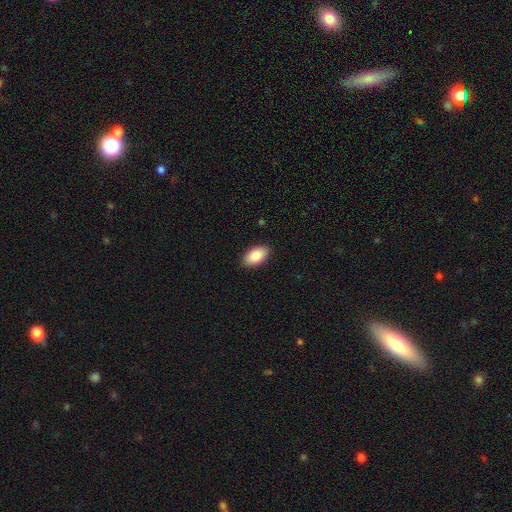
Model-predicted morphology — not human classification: Smooth or featured? Predicted: smooth (p=0.87). How rounded? Predicted: in between (p=0.95). Merging? Predicted: none (p=0.89).